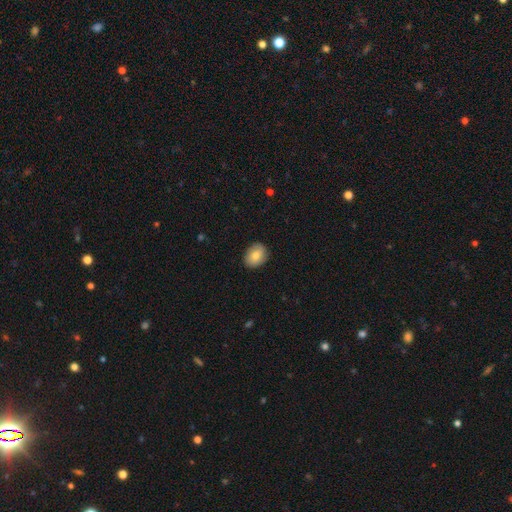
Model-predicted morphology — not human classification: Overall: smooth (79%). How rounded: in between (62%; round 37%). Merging: none (87%).